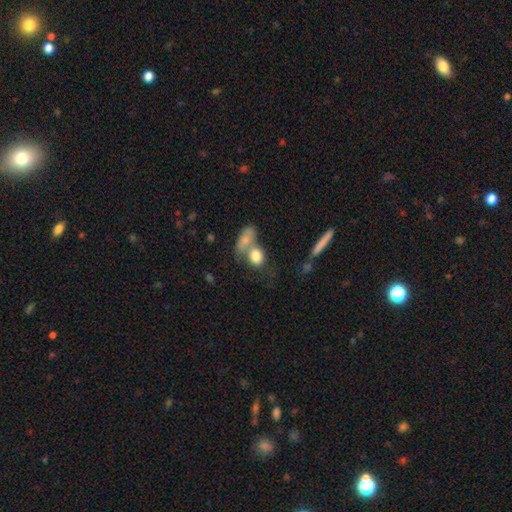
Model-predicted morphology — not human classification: A smooth galaxy with no disk features (78%) that is round (52%). Merging: merger (47%).